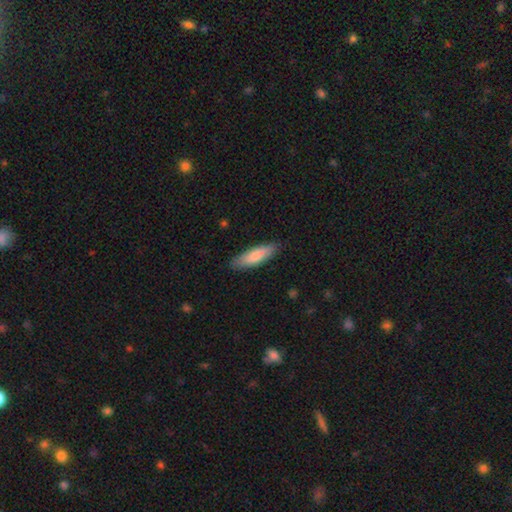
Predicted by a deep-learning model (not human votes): smooth-or-featured: smooth: 80% | featured or disk: 14% | star or artifact: 5%
  how-rounded: cigar-shaped: 54% | in between: 44% | round: 2%
  merging: none: 85% | minor disturbance: 12% | major disturbance: 2% | merger: 1%